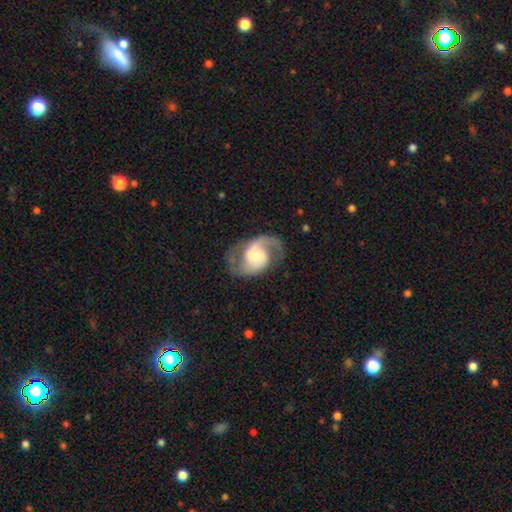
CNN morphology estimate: Smooth or featured? featured or disk (86%)
Edge-on disk? no (98%)
Bar? weak (45%)
Spiral arms? yes (96%)
Spiral winding? medium (57%)
Spiral arm count? 2 (90%)
Bulge size? moderate (46%)
Merging? none (74%)